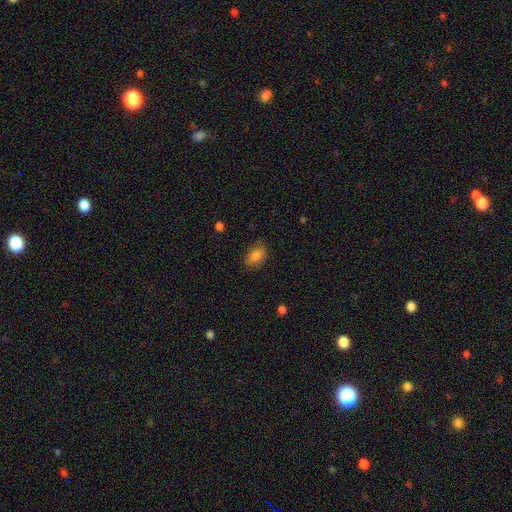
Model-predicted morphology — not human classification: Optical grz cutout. It shows a smooth galaxy with no disk features (83%) that is in between round and cigar-shaped (84%). Merging: none (79%).